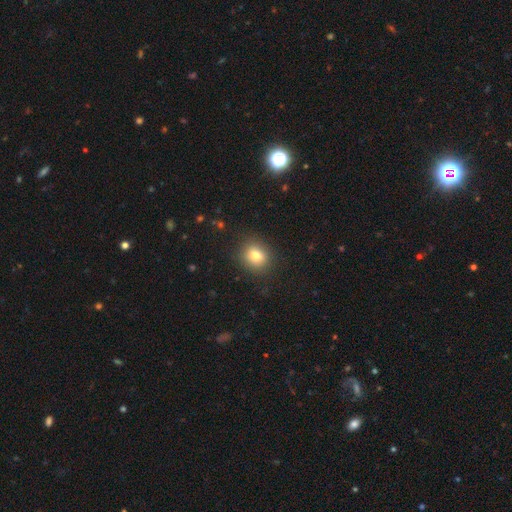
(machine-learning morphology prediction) Overall: smooth (79%). How rounded: round (73%). Merging: none (88%).